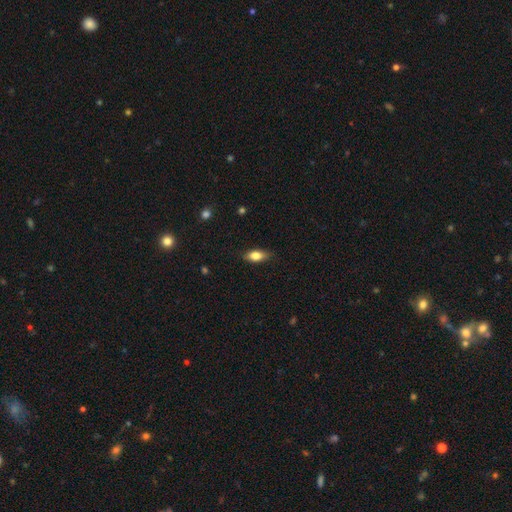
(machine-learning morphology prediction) Smooth or featured?
  - smooth: 79% *
  - featured or disk: 13%
  - star or artifact: 7%
How rounded?
  - in between: 84% *
  - cigar-shaped: 12%
  - round: 4%
Merging?
  - none: 83% *
  - minor disturbance: 14%
  - major disturbance: 3%
  - merger: 1%